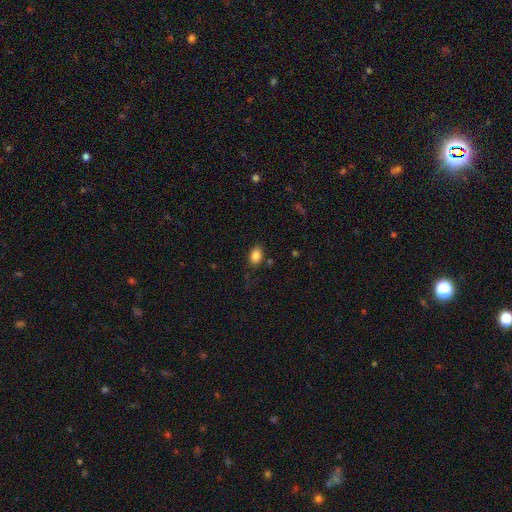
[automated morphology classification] smooth 85%, star or artifact 9%, featured or disk 6%. Down the decision tree: how rounded — in between (83%); merging — none (82%).